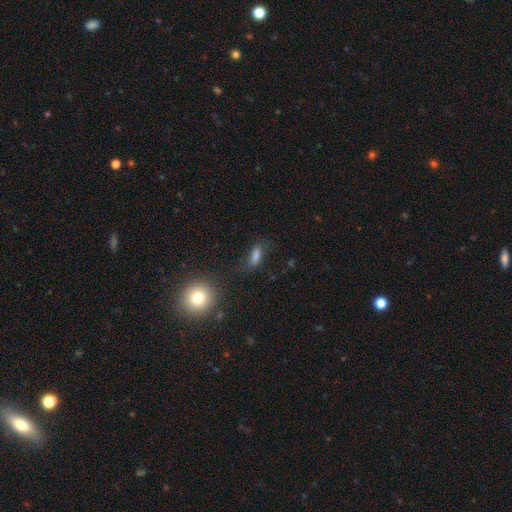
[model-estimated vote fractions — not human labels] Smooth or featured: smooth — 71% (star or artifact — 15%)
How rounded: in between — 73% (cigar-shaped — 20%)
Merging: none — 59% (minor disturbance — 22%)